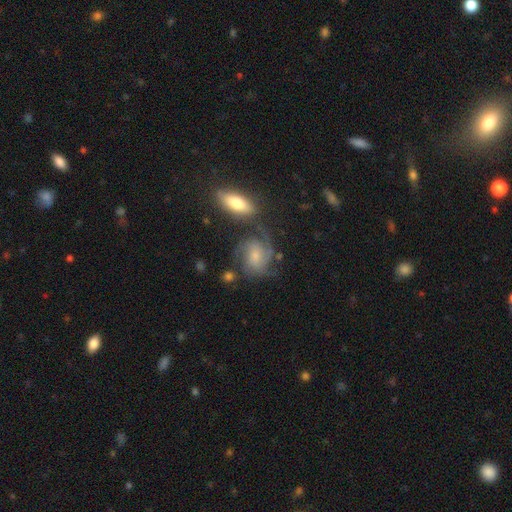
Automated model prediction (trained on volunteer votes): Smooth or featured? Predicted: featured or disk (p=0.75). Edge-on disk? Predicted: no (p=0.97). Bar? Predicted: no (p=0.61). Spiral arms? Predicted: yes (p=0.95). Spiral winding? Predicted: medium (p=0.44). Spiral arm count? Predicted: 2 (p=0.33). Bulge size? Predicted: small (p=0.49). Merging? Predicted: none (p=0.57).